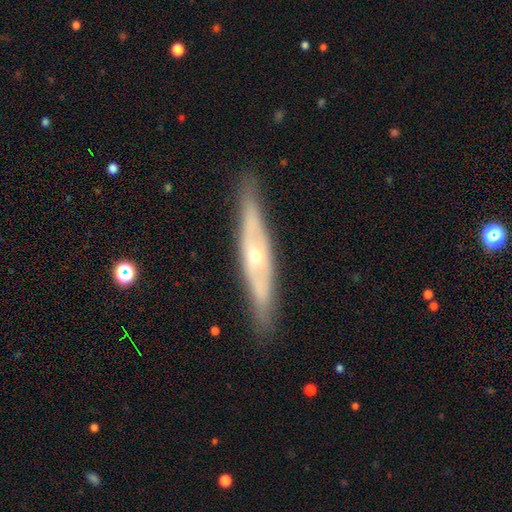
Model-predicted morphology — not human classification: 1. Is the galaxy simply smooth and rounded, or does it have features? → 71% featured or disk, 23% smooth, 6% star or artifact.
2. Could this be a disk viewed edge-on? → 71% yes, 29% no.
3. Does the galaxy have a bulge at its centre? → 78% rounded, 18% none, 4% boxy.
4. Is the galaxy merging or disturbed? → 85% none, 11% minor disturbance, 2% major disturbance, 1% merger.